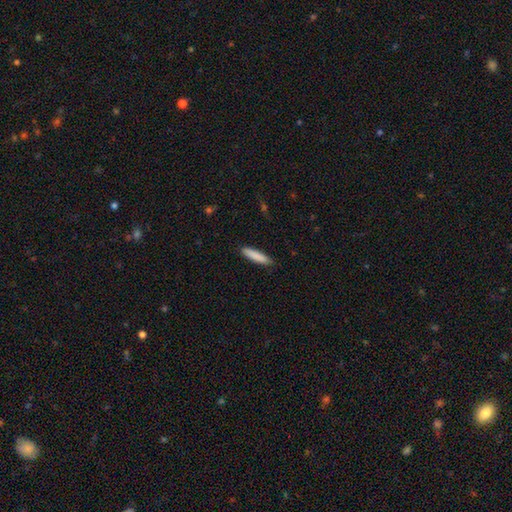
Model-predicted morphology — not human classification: smooth-or-featured: smooth: 87% | featured or disk: 8% | star or artifact: 6%
  how-rounded: cigar-shaped: 84% | in between: 14% | round: 1%
  merging: none: 88% | minor disturbance: 9% | major disturbance: 2% | merger: 1%